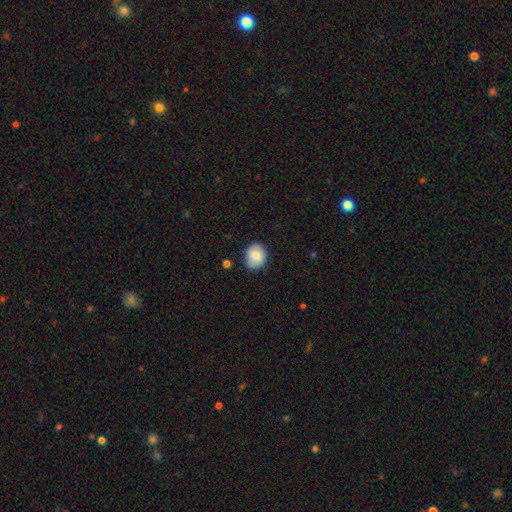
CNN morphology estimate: Smooth or featured? Predicted: smooth (p=0.82). How rounded? Predicted: round (p=0.66). Merging? Predicted: none (p=0.79).